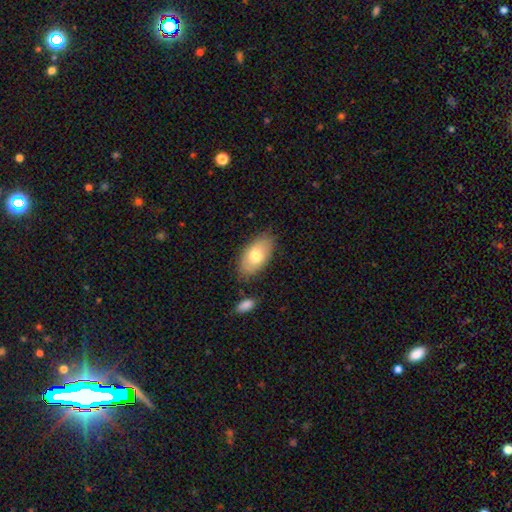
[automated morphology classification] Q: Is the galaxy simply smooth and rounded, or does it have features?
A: smooth — 74%.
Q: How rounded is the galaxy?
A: in between — 94%.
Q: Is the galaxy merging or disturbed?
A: none — 80%.